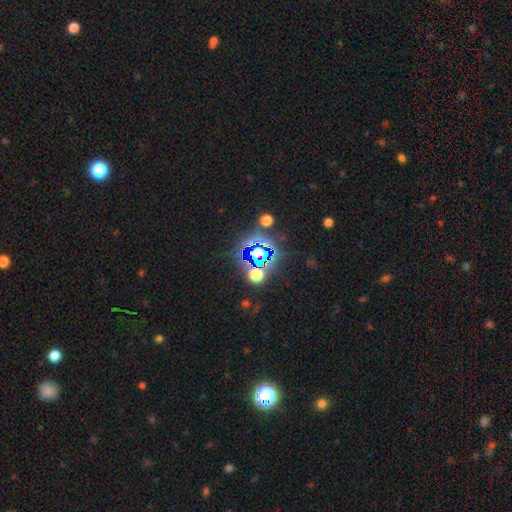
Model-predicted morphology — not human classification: smooth_or_featured: star or artifact (p=0.72) [alt: smooth p=0.18]